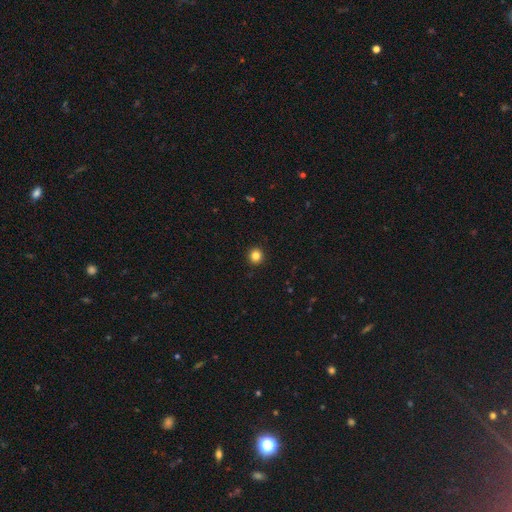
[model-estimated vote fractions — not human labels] smooth_or_featured: smooth (p=0.84) [alt: star or artifact p=0.12]
how_rounded: round (p=0.91) [alt: in between p=0.08]
merging: none (p=0.93) [alt: minor disturbance p=0.05]